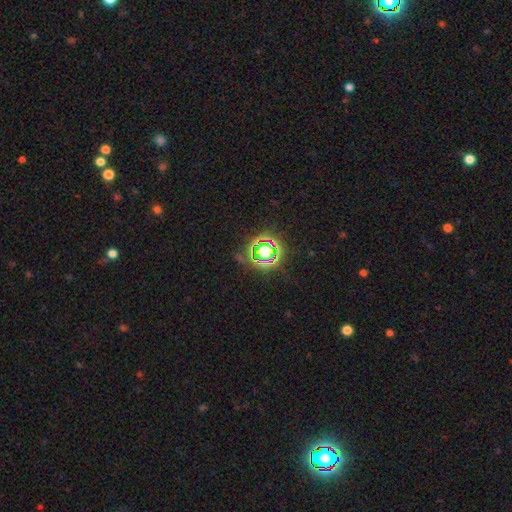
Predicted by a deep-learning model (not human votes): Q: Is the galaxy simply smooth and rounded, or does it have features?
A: star or artifact — 80%.